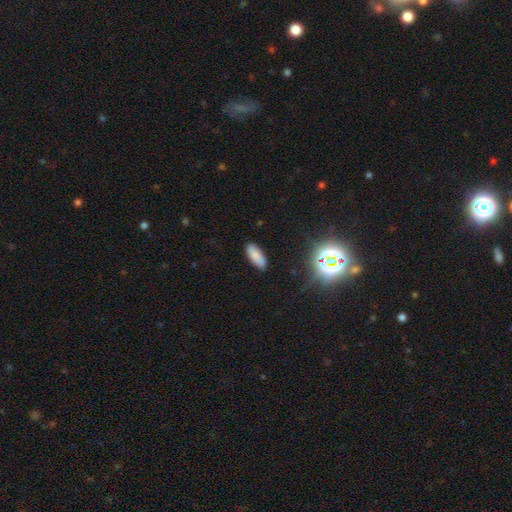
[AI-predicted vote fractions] Smooth or featured? Predicted: smooth (p=0.81). How rounded? Predicted: in between (p=0.71). Merging? Predicted: none (p=0.86).